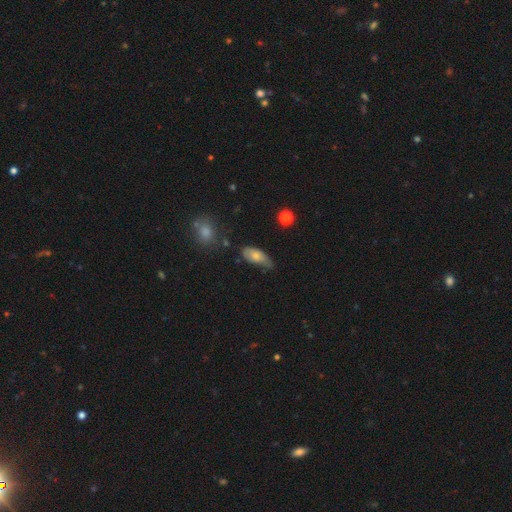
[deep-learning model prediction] Smooth or featured?
  - smooth: 70% *
  - featured or disk: 22%
  - star or artifact: 8%
How rounded?
  - in between: 84% *
  - cigar-shaped: 12%
  - round: 4%
Merging?
  - minor disturbance: 44% *
  - none: 36%
  - major disturbance: 16%
  - merger: 4%